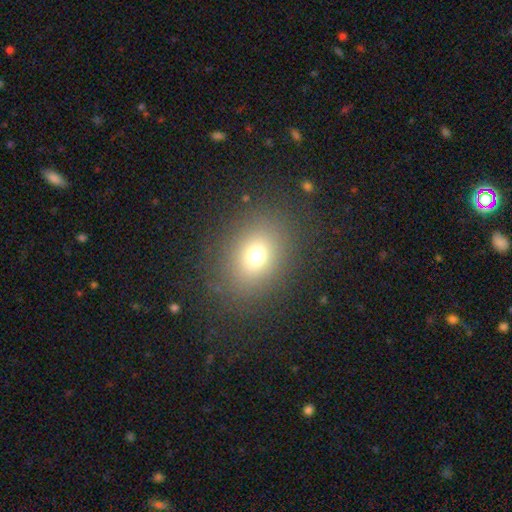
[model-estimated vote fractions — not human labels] Q: Smooth or featured?
A: smooth (70%); runner-up: star or artifact (17%)
Q: How rounded?
A: in between (51%); runner-up: round (48%)
Q: Merging?
A: none (84%); runner-up: minor disturbance (9%)